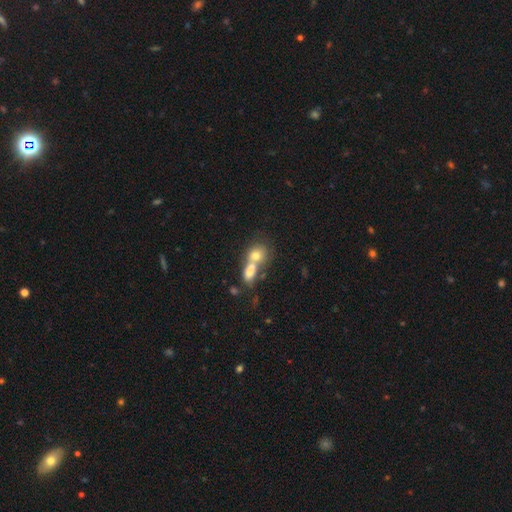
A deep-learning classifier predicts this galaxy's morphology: Overall: smooth (75%). How rounded: in between (52%; round 44%). Merging: merger (65%).